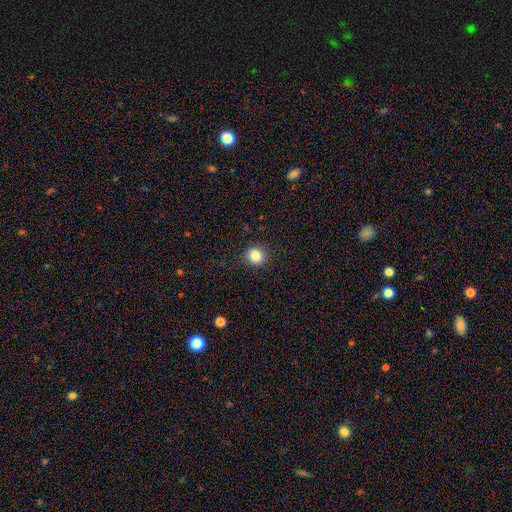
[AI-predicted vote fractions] smooth 84%, star or artifact 11%, featured or disk 5%. Down the decision tree: how rounded — round (86%); merging — none (90%).